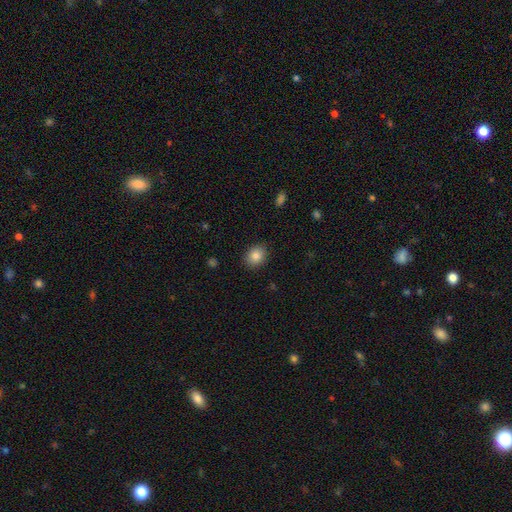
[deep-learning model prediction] A smooth galaxy with no disk features (85%) that is round (51%). Merging: none (88%).